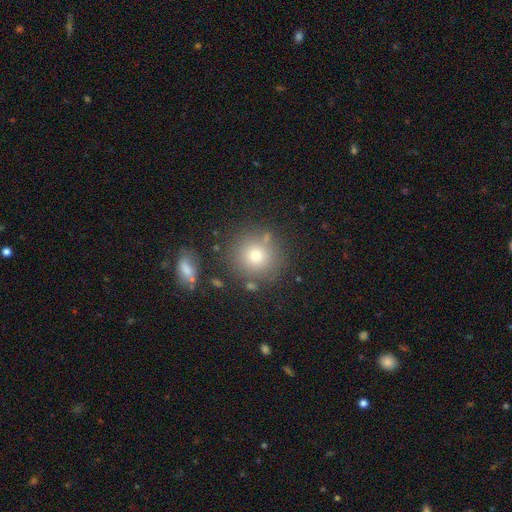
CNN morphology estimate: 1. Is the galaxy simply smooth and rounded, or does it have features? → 73% smooth, 15% star or artifact, 12% featured or disk.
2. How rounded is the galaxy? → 92% round, 7% in between, 1% cigar-shaped.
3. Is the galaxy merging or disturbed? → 81% none, 9% minor disturbance, 6% merger, 4% major disturbance.